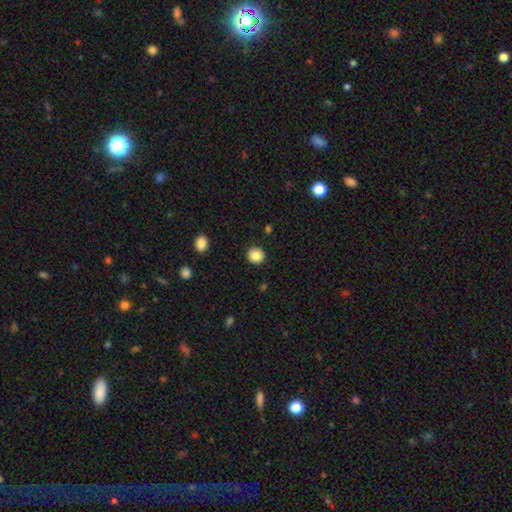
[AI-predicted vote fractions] Smooth or featured? smooth (86%)
How rounded? round (90%)
Merging? none (91%)